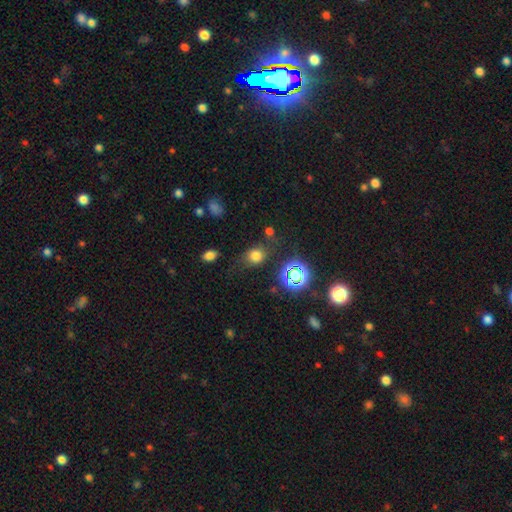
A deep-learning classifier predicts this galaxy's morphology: smooth-or-featured: smooth: 72% | star or artifact: 20% | featured or disk: 8%
  how-rounded: round: 54% | in between: 44% | cigar-shaped: 2%
  merging: none: 67% | minor disturbance: 19% | major disturbance: 9% | merger: 5%